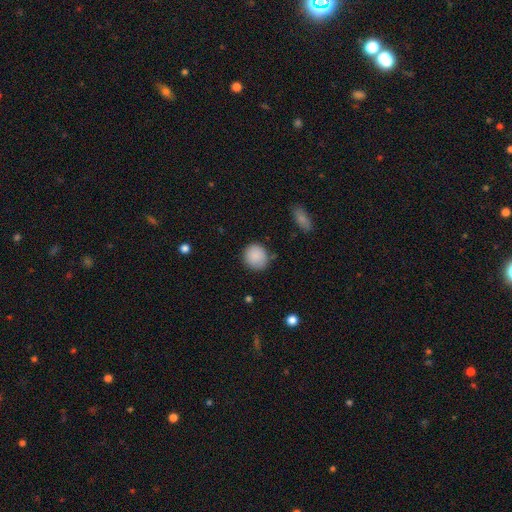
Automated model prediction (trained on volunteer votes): A smooth galaxy with no disk features (88%) that is round (86%).

Vote fractions:
- Smooth or featured? smooth: 88% / star or artifact: 7% / featured or disk: 4%
- How rounded? round: 86% / in between: 13% / cigar-shaped: 1%
- Merging? none: 82% / minor disturbance: 12% / major disturbance: 3% / merger: 2%